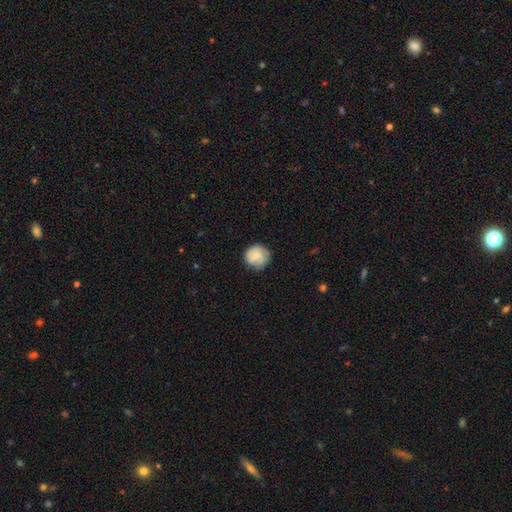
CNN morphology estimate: type=smooth (64%); roundness=round (88%); merging=none (71%).